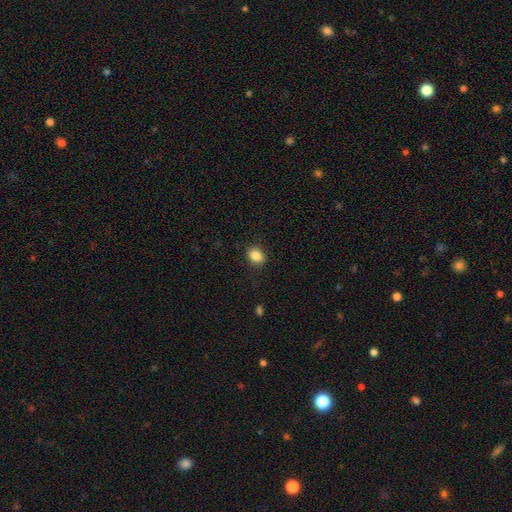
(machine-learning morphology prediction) smooth-or-featured: smooth: 86% | star or artifact: 9% | featured or disk: 4%
  how-rounded: in between: 52% | round: 47% | cigar-shaped: 1%
  merging: none: 88% | minor disturbance: 8% | major disturbance: 2% | merger: 1%